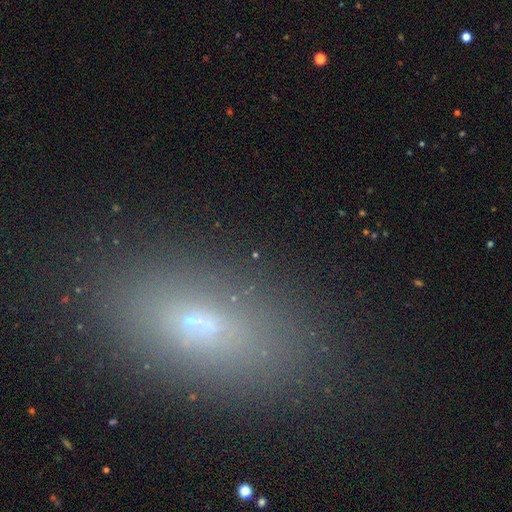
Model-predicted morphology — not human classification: Smooth or featured: star or artifact — 47% (smooth — 29%)